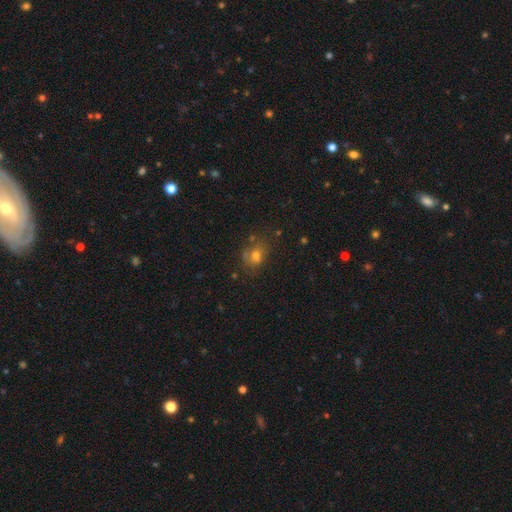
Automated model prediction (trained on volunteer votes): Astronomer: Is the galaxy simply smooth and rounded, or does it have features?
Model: smooth — 64%.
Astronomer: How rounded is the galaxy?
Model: round — 50% (runner-up: in between, 49%).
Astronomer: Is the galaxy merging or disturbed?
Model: none — 60%.